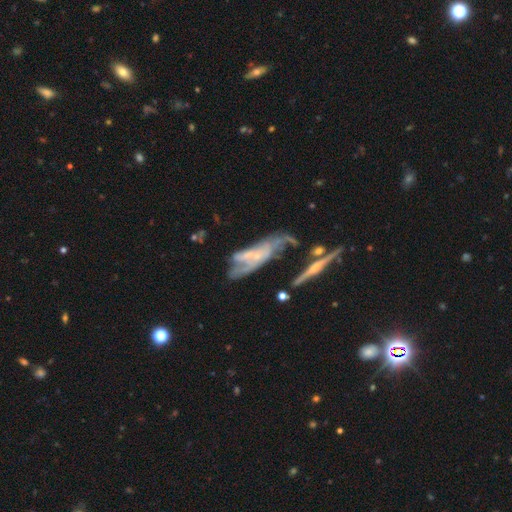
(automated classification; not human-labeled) Morphology: type=featured or disk (73%); edge-on=no (78%); bar=no (63%); spiral arms=yes (74%); bulge=small (53%); merging=none (32%).